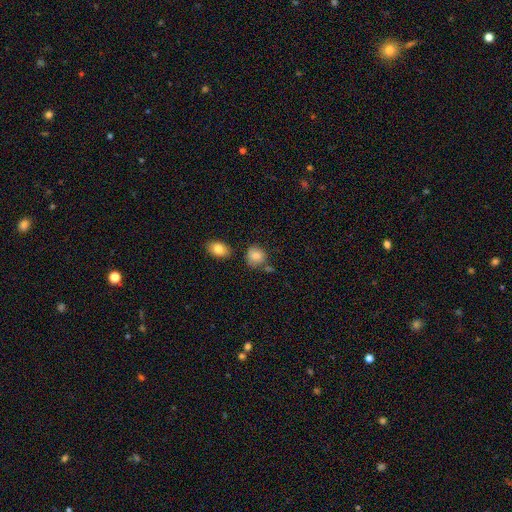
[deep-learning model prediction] Q: Smooth or featured?
A: smooth (83%); runner-up: star or artifact (9%)
Q: How rounded?
A: round (76%); runner-up: in between (23%)
Q: Merging?
A: none (69%); runner-up: minor disturbance (17%)